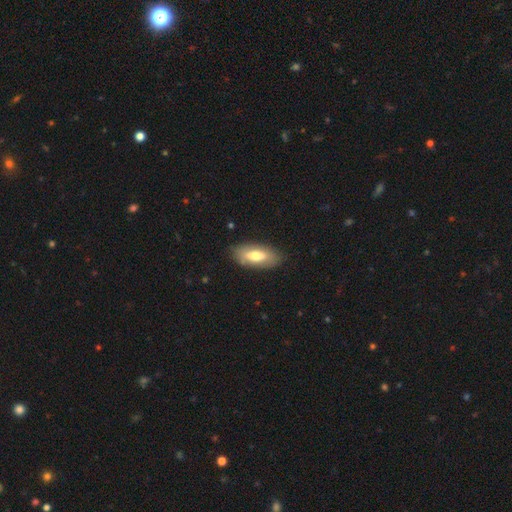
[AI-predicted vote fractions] Smooth or featured?
  - smooth: 65% *
  - featured or disk: 29%
  - star or artifact: 6%
How rounded?
  - in between: 84% *
  - cigar-shaped: 13%
  - round: 3%
Merging?
  - none: 82% *
  - minor disturbance: 14%
  - major disturbance: 3%
  - merger: 1%